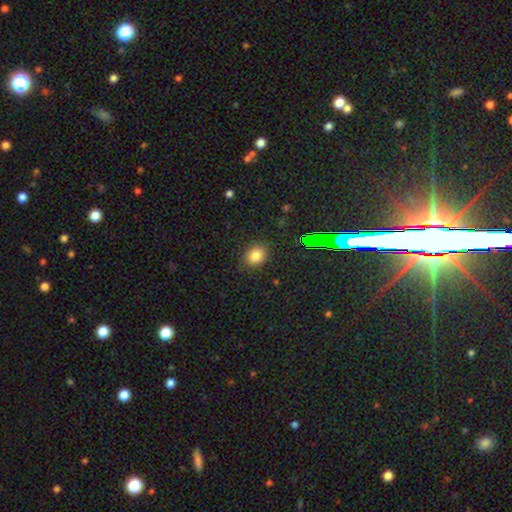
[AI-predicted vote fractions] Smooth or featured? Predicted: smooth (p=0.79). How rounded? Predicted: round (p=0.54). Merging? Predicted: none (p=0.83).